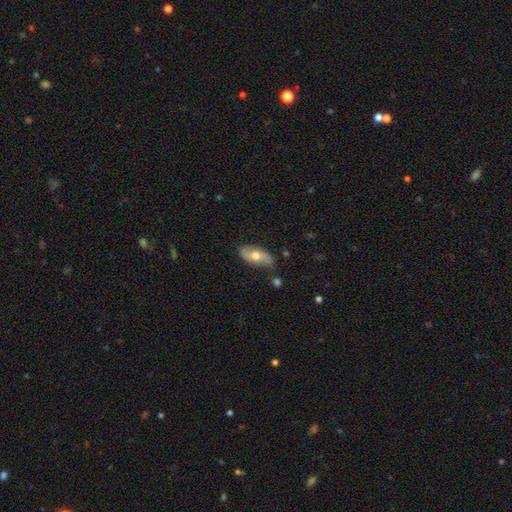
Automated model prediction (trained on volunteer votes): Morphology: type=featured or disk (49%); merging=none (76%).